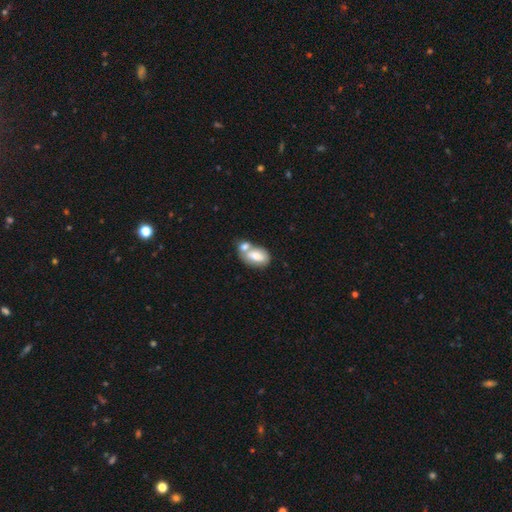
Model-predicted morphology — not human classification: The model was most divided on "merging": merger: 59%, none: 25%, minor disturbance: 11%, major disturbance: 5%. More confident: how rounded — in between (90%); smooth or featured — smooth (72%).